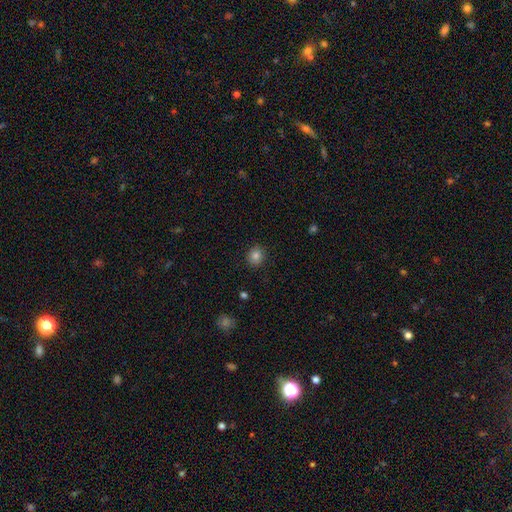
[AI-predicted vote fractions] Morphology: type=smooth (82%); roundness=round (83%); merging=none (90%).